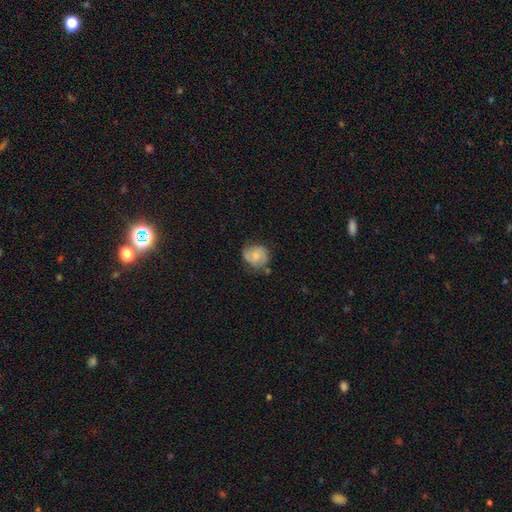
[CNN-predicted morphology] A featured or disk galaxy (54%) with no bar (55%), spiral arms (90%) and a small central bulge (44%). Merging: none (63%).